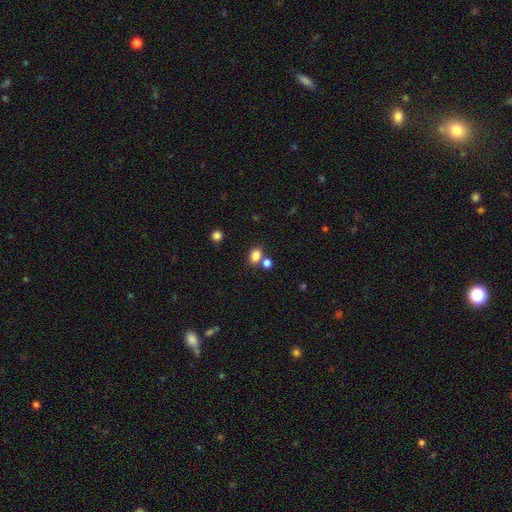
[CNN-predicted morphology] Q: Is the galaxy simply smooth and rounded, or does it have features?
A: smooth — 83%.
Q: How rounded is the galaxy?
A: in between — 67%.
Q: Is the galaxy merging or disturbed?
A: none — 60%.